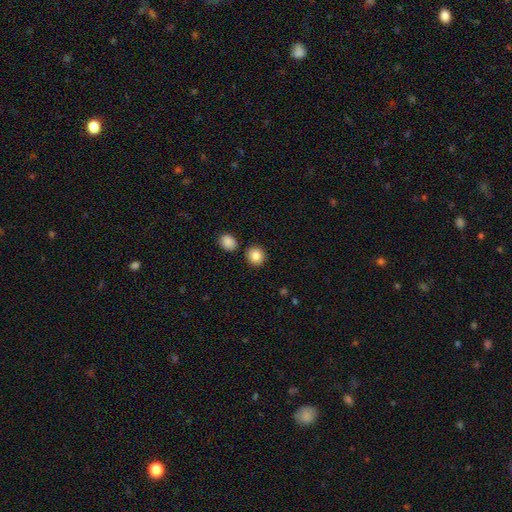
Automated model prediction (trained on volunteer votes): Smooth or featured?
  - smooth: 86% *
  - star or artifact: 9%
  - featured or disk: 5%
How rounded?
  - round: 89% *
  - in between: 11%
  - cigar-shaped: 1%
Merging?
  - none: 85% *
  - minor disturbance: 7%
  - merger: 6%
  - major disturbance: 2%